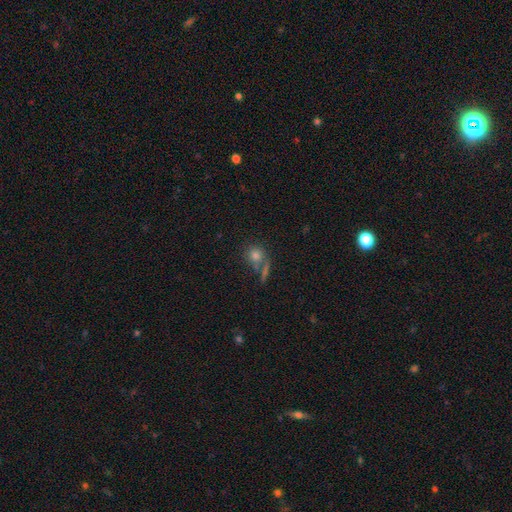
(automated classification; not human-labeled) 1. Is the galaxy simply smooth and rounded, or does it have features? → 74% smooth, 15% star or artifact, 12% featured or disk.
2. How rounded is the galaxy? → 82% round, 16% in between, 2% cigar-shaped.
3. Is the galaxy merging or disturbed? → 58% none, 22% merger, 12% minor disturbance, 8% major disturbance.